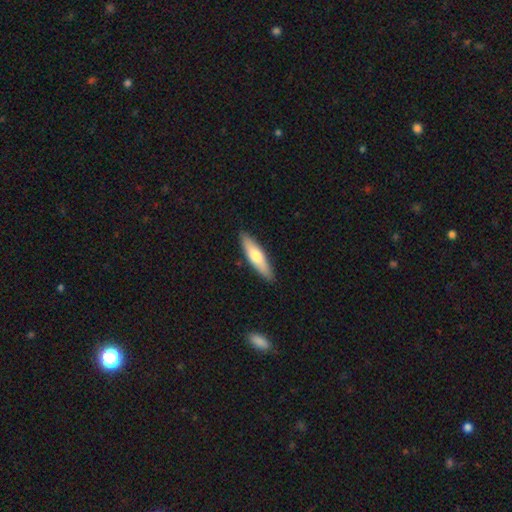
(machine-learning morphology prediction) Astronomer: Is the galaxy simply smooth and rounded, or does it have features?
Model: smooth — 64%.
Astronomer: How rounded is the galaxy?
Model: cigar-shaped — 71%.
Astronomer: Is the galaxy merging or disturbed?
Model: none — 89%.